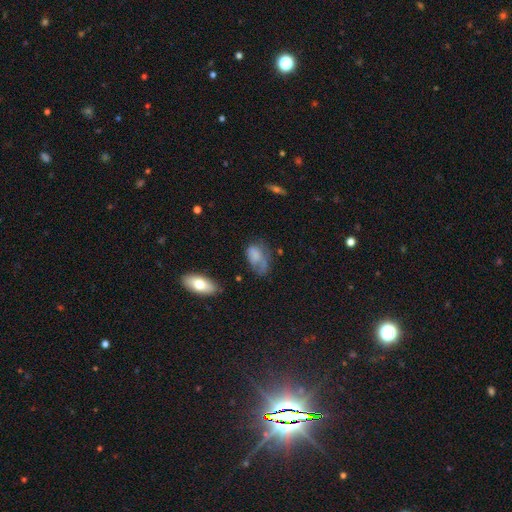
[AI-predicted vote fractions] A smooth galaxy with no disk features (64%) that is in between round and cigar-shaped (88%).

Vote fractions:
- Smooth or featured? smooth: 64% / featured or disk: 26% / star or artifact: 10%
- How rounded? in between: 88% / round: 10% / cigar-shaped: 3%
- Merging? none: 33% / major disturbance: 32% / minor disturbance: 30% / merger: 5%